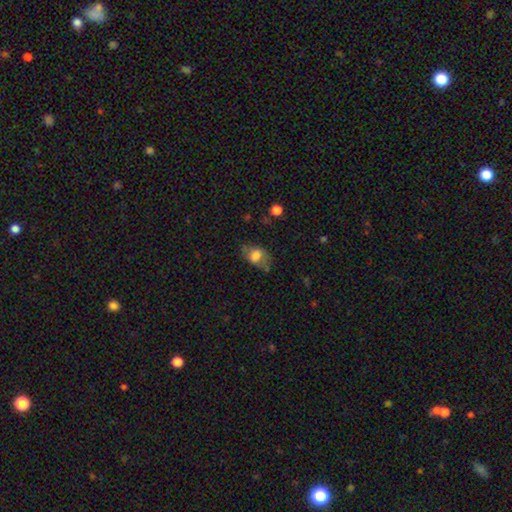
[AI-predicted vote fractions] Smooth or featured? Predicted: smooth (p=0.64). How rounded? Predicted: in between (p=0.80). Merging? Predicted: none (p=0.55).